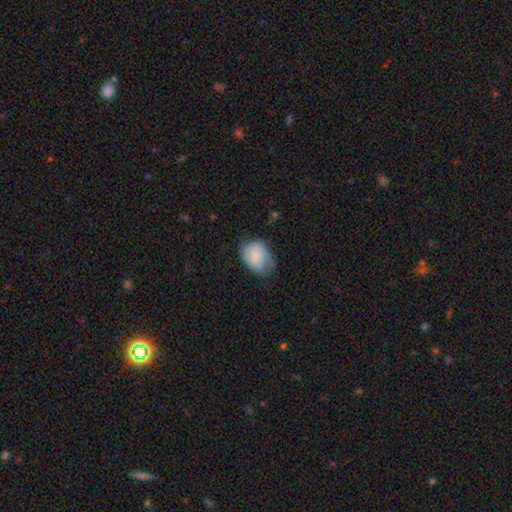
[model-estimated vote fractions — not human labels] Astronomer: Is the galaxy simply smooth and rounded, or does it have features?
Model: smooth — 68%.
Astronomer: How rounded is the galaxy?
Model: in between — 66%.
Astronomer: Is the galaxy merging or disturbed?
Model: none — 45% (runner-up: minor disturbance, 39%).